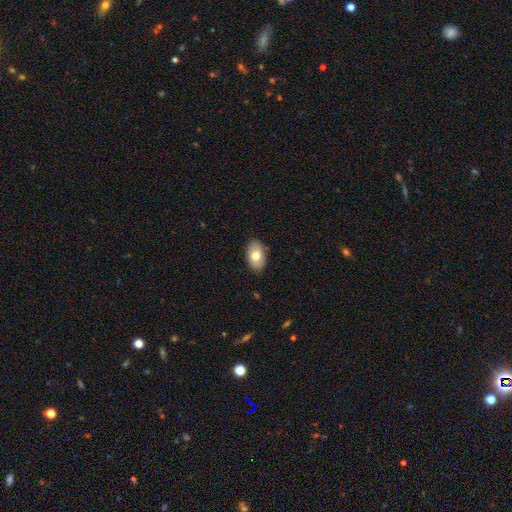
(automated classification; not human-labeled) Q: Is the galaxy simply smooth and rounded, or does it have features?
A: smooth — 75%.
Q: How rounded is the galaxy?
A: in between — 90%.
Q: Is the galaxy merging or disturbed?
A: none — 86%.